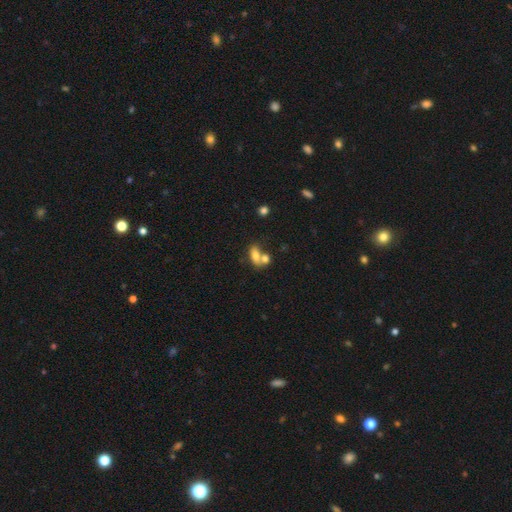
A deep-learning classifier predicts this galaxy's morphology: type=smooth (74%); roundness=in between (80%); merging=merger (53%).